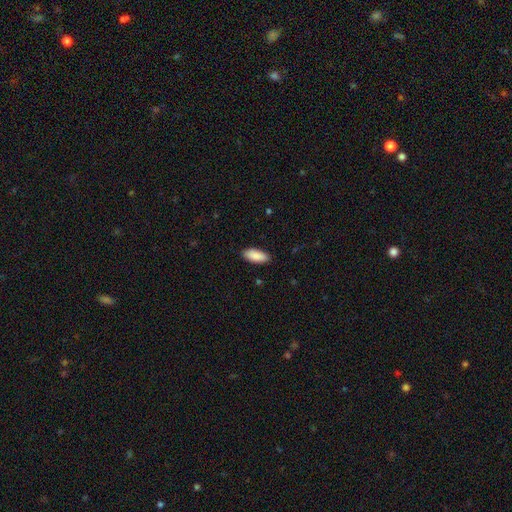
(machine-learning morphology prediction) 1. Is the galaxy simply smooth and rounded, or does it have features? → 89% smooth, 6% star or artifact, 5% featured or disk.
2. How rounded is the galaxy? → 82% in between, 17% cigar-shaped, 2% round.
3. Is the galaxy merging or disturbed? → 88% none, 9% minor disturbance, 2% major disturbance, 1% merger.